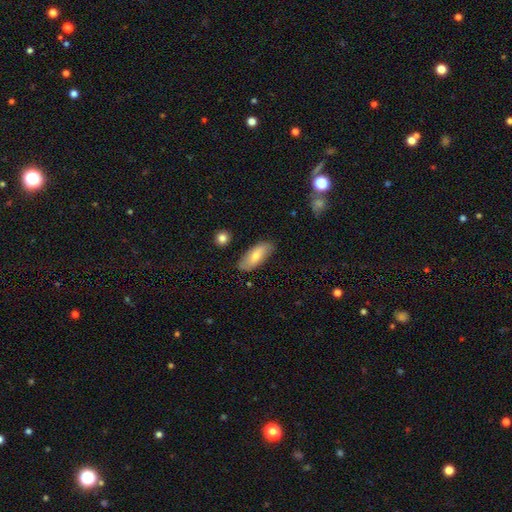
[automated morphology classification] smooth_or_featured: smooth (p=0.72) [alt: featured or disk p=0.23]
how_rounded: in between (p=0.77) [alt: cigar-shaped p=0.21]
merging: none (p=0.81) [alt: minor disturbance p=0.14]